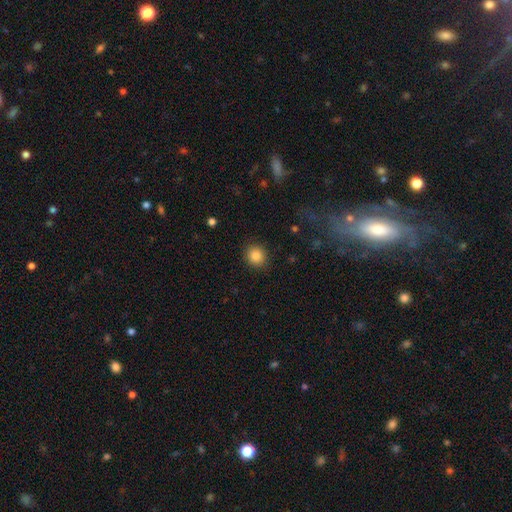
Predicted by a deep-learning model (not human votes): Smooth or featured: smooth — 86% (star or artifact — 10%)
How rounded: round — 87% (in between — 12%)
Merging: none — 90% (minor disturbance — 6%)